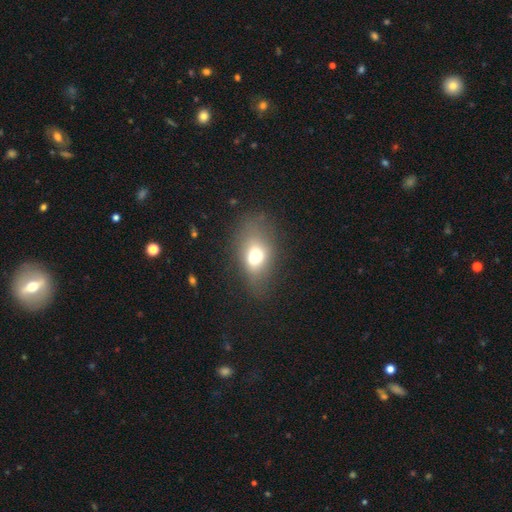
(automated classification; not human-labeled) This appears to be a smooth galaxy with no disk features (62%) that is in between round and cigar-shaped (75%). Merging: none (54%).